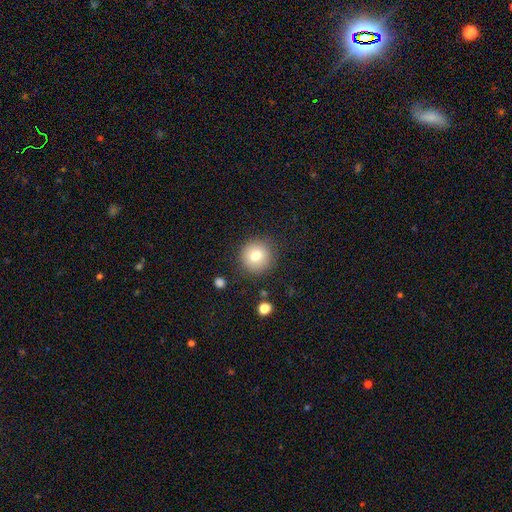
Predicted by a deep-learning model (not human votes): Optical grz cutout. It shows a smooth galaxy with no disk features (77%) that is round (94%). Merging: none (87%).